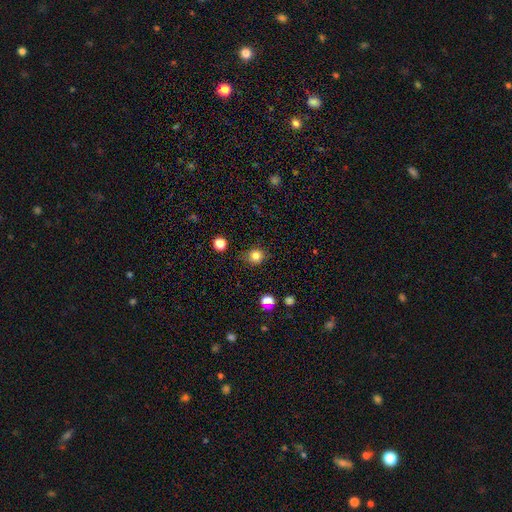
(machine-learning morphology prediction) Smooth or featured?
  - smooth: 81% *
  - star or artifact: 13%
  - featured or disk: 5%
How rounded?
  - round: 82% *
  - in between: 17%
  - cigar-shaped: 1%
Merging?
  - none: 83% *
  - minor disturbance: 13%
  - major disturbance: 3%
  - merger: 2%